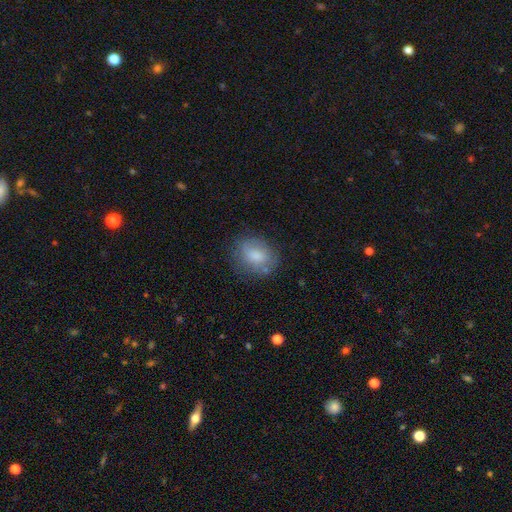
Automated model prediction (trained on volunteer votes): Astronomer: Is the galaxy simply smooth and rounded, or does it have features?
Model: smooth — 74%.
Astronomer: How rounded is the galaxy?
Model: in between — 54% (runner-up: round, 44%).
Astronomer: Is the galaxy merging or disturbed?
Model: none — 68%.